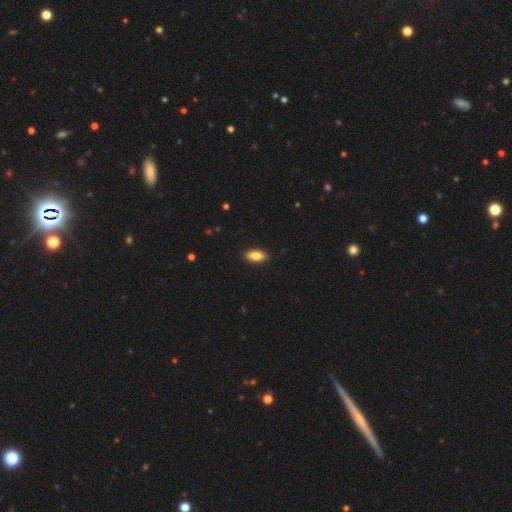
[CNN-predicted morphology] Q: Smooth or featured?
A: smooth (85%); runner-up: featured or disk (8%)
Q: How rounded?
A: in between (86%); runner-up: cigar-shaped (12%)
Q: Merging?
A: none (89%); runner-up: minor disturbance (8%)